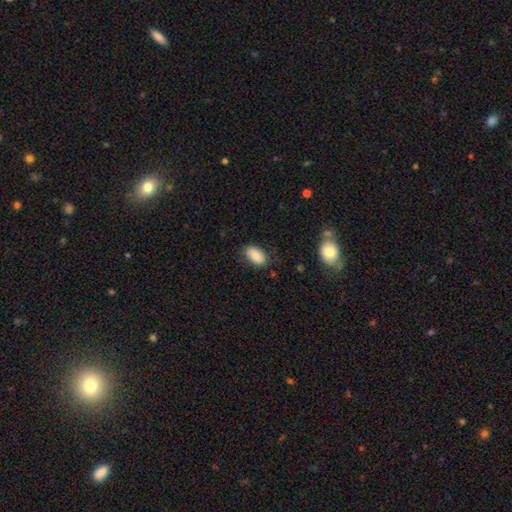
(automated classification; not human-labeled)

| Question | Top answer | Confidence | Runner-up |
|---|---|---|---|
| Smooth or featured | smooth | 82% | featured or disk (11%) |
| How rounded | in between | 92% | round (6%) |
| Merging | none | 79% | minor disturbance (16%) |